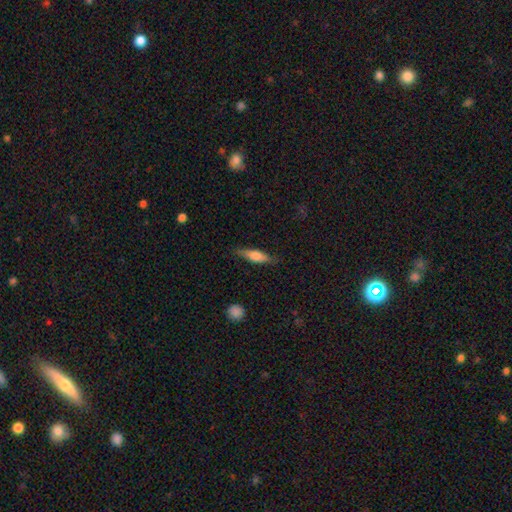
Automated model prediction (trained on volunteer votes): This is possibly a smooth galaxy (59%). How rounded: likely cigar-shaped (62%). Merging: clearly none (82%).